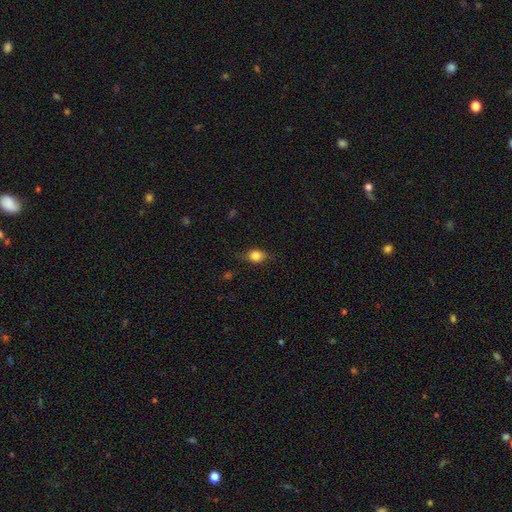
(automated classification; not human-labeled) Smooth or featured? smooth (75%)
How rounded? in between (57%)
Merging? none (74%)